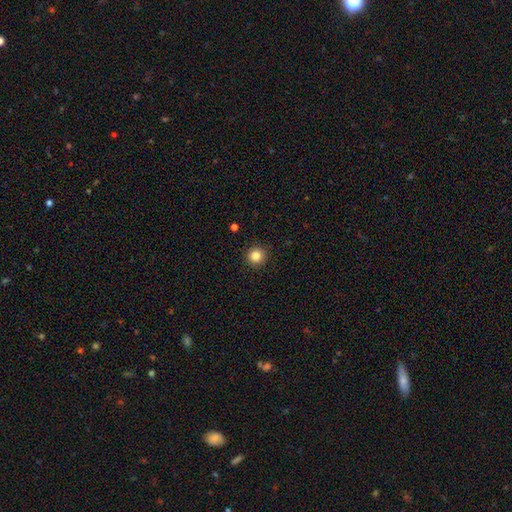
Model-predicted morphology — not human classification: smooth_or_featured: smooth (p=0.84) [alt: star or artifact p=0.11]
how_rounded: round (p=0.95) [alt: in between p=0.04]
merging: none (p=0.92) [alt: minor disturbance p=0.05]